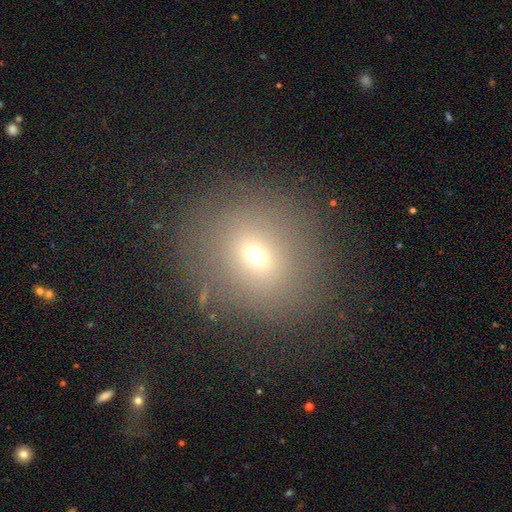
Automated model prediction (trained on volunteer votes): This appears to be a smooth galaxy with no disk features (62%) that is round (78%). Merging: none (80%).